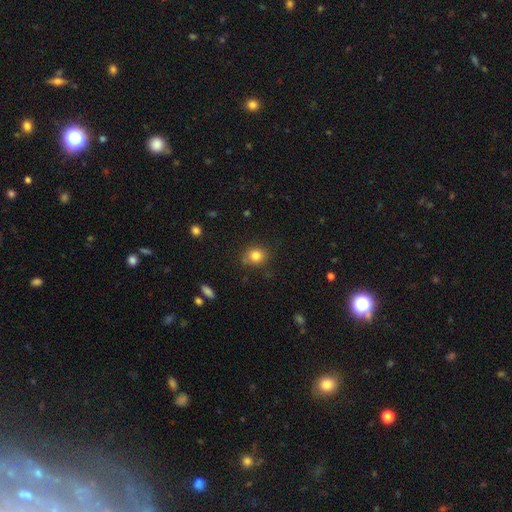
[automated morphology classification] A smooth galaxy with no disk features (81%) that is round (70%).

Vote fractions:
- Smooth or featured? smooth: 81% / star or artifact: 11% / featured or disk: 7%
- How rounded? round: 70% / in between: 29% / cigar-shaped: 1%
- Merging? none: 78% / minor disturbance: 16% / major disturbance: 4% / merger: 3%